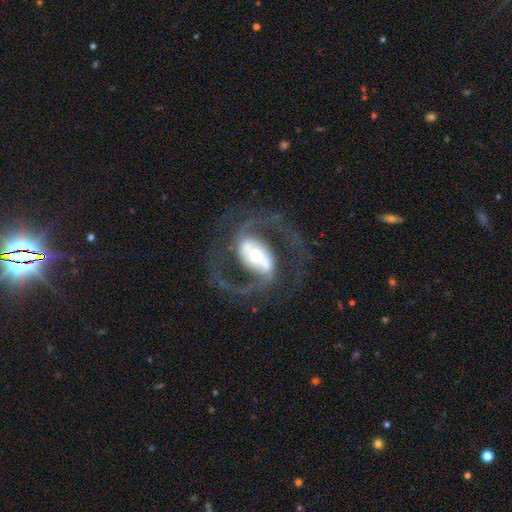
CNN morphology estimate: This is clearly a featured or disk galaxy (91%). It is clearly not viewed edge-on (97%). Bar: possibly strong (46%). Spiral arm pattern: clearly yes (97%). Spiral arm count: clearly 2 (92%). Spiral winding: possibly medium (54%). Central bulge: likely moderate (60%). Merging: likely none (73%).